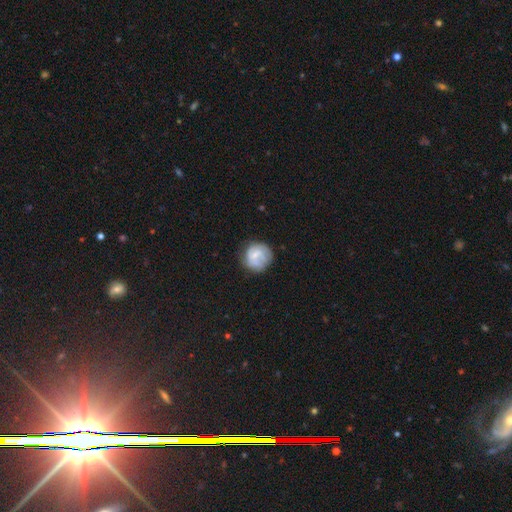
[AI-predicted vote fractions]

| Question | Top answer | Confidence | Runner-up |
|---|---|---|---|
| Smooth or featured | smooth | 48% | featured or disk (45%) |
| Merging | none | 70% | minor disturbance (21%) |